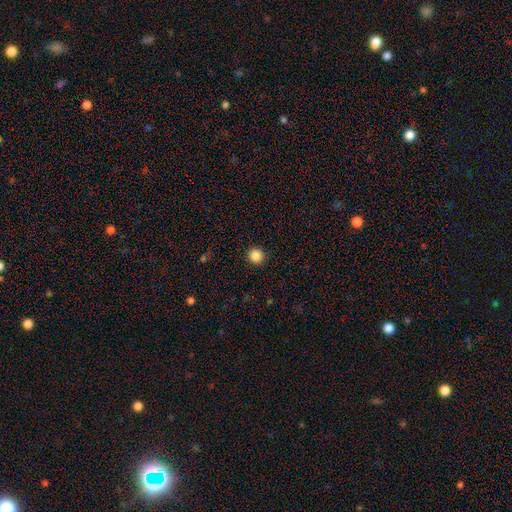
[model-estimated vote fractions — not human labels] A smooth galaxy with no disk features (86%) that is round (93%). Merging: none (92%).